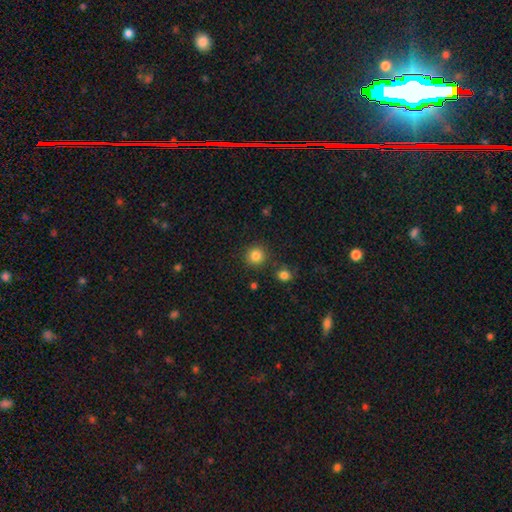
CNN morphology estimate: Smooth or featured? smooth (84%)
How rounded? round (93%)
Merging? none (86%)